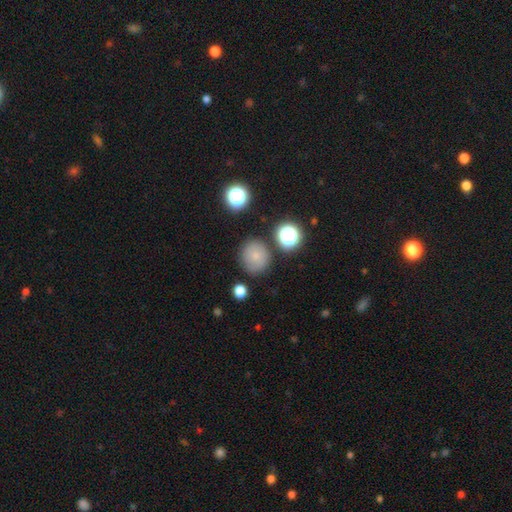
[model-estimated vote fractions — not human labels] Smooth or featured: smooth — 75% (star or artifact — 15%)
How rounded: round — 85% (in between — 14%)
Merging: none — 80% (minor disturbance — 12%)